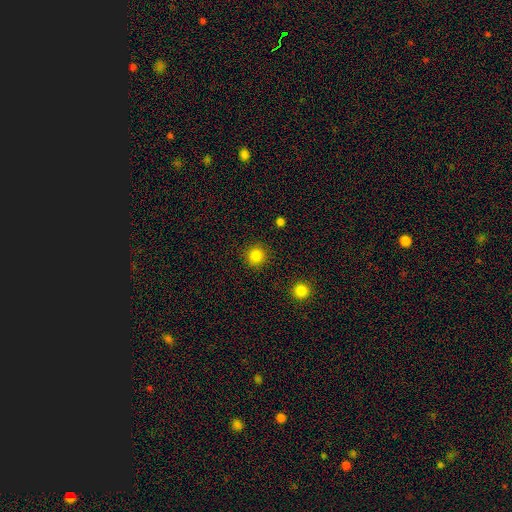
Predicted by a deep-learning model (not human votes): smooth-or-featured: smooth: 85% | star or artifact: 11% | featured or disk: 4%
  how-rounded: round: 93% | in between: 6% | cigar-shaped: 1%
  merging: none: 90% | minor disturbance: 6% | major disturbance: 2% | merger: 1%